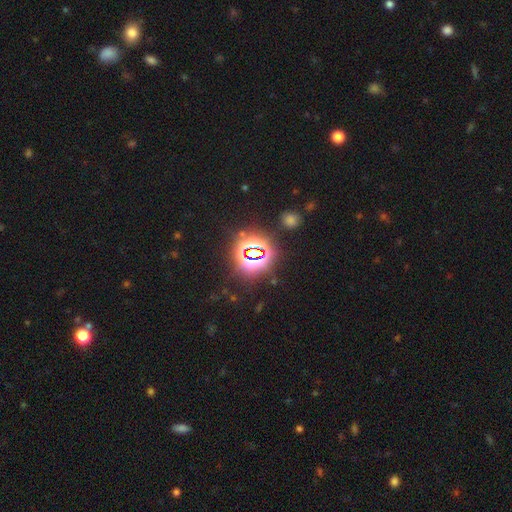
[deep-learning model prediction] smooth_or_featured: star or artifact (p=0.77) [alt: smooth p=0.15]